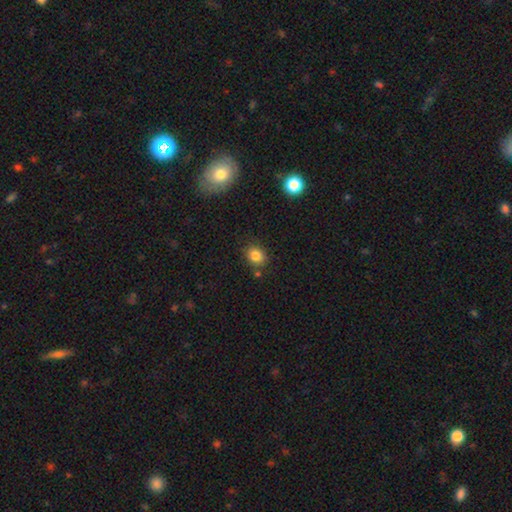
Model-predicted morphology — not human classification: This appears to be a smooth galaxy with no disk features (83%) that is round (59%). Merging: none (77%).